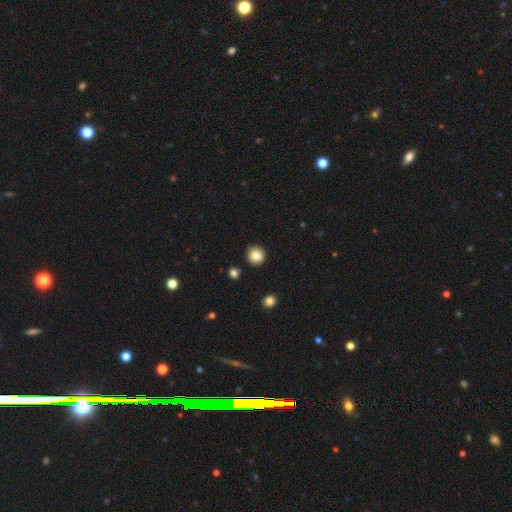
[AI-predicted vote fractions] Smooth or featured? Predicted: smooth (p=0.85). How rounded? Predicted: round (p=0.93). Merging? Predicted: none (p=0.86).